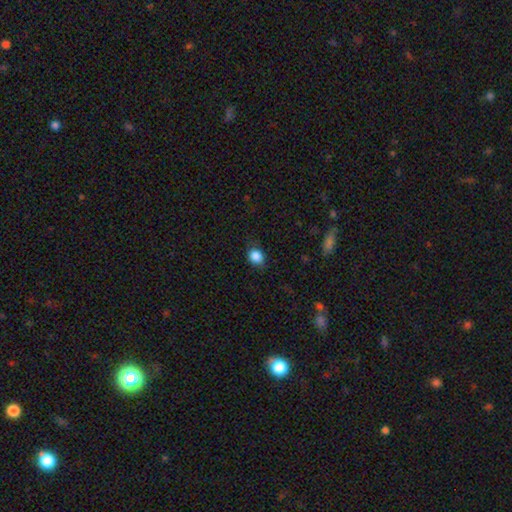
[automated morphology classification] The model was most divided on "how rounded": round: 53%, in between: 46%, cigar-shaped: 1%. More confident: smooth or featured — smooth (86%); merging — none (75%).